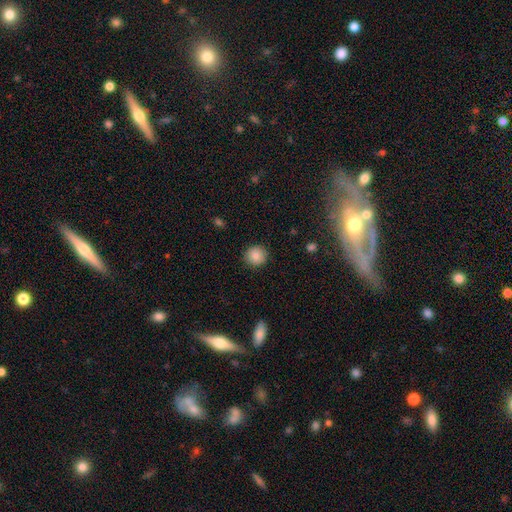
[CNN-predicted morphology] type=smooth (85%); roundness=round (91%); merging=none (90%).